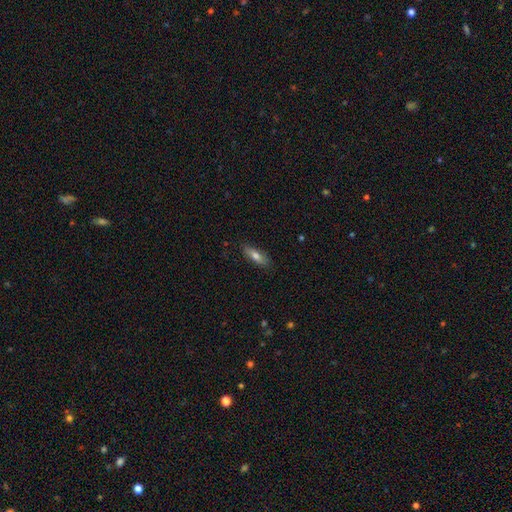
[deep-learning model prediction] smooth 72%, featured or disk 21%, star or artifact 7%. Down the decision tree: how rounded — in between (58%); merging — none (84%).